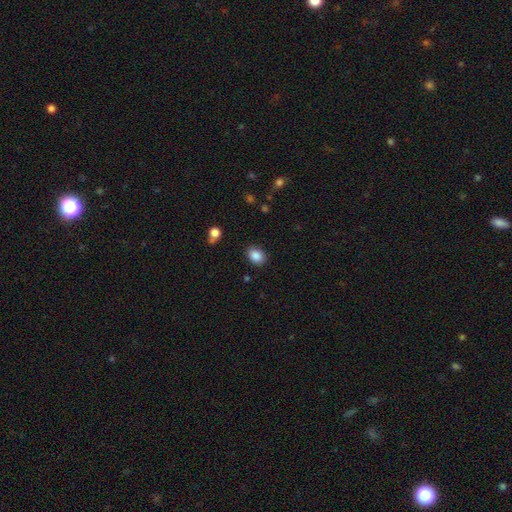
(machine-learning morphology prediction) Smooth or featured: smooth — 87% (star or artifact — 9%)
How rounded: in between — 69% (round — 30%)
Merging: none — 86% (minor disturbance — 10%)